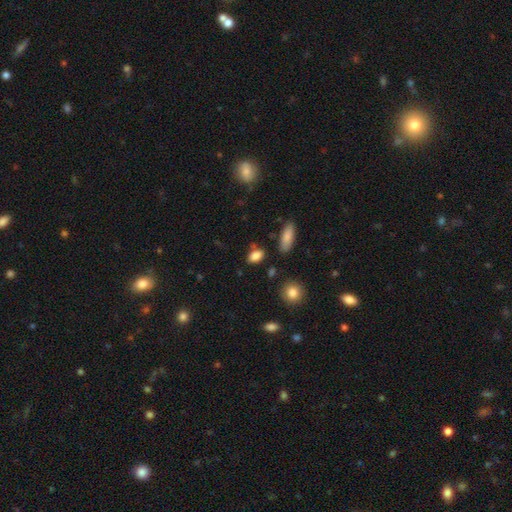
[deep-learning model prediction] This appears to be a smooth galaxy with no disk features (85%) that is in between round and cigar-shaped (85%). Merging: none (79%).